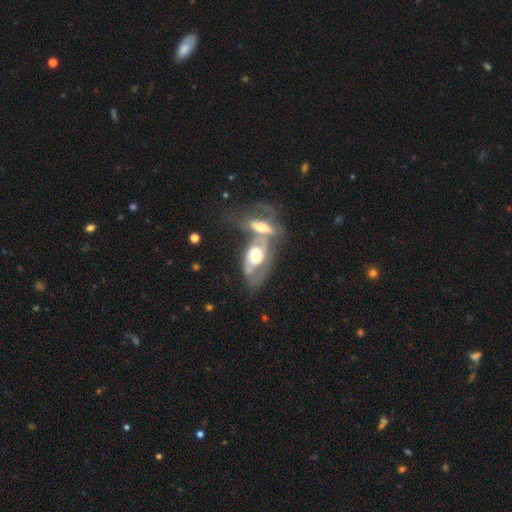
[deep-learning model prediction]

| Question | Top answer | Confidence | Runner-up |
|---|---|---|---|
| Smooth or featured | featured or disk | 73% | smooth (22%) |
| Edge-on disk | no | 91% | yes (9%) |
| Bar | no | 68% | weak (23%) |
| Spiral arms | yes | 77% | no (23%) |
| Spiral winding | medium | 40% | tight (34%) |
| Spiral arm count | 2 | 71% | can't tell (18%) |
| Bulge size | moderate | 61% | large (26%) |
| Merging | merger | 62% | none (18%) |